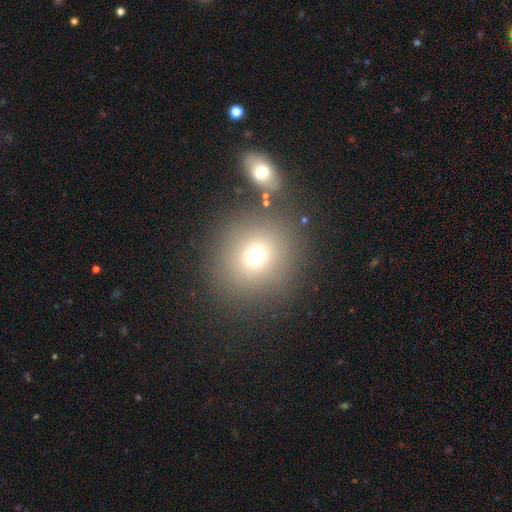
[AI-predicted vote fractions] smooth-or-featured: smooth: 71% | star or artifact: 18% | featured or disk: 11%
  how-rounded: round: 86% | in between: 13% | cigar-shaped: 1%
  merging: none: 77% | merger: 10% | minor disturbance: 8% | major disturbance: 5%